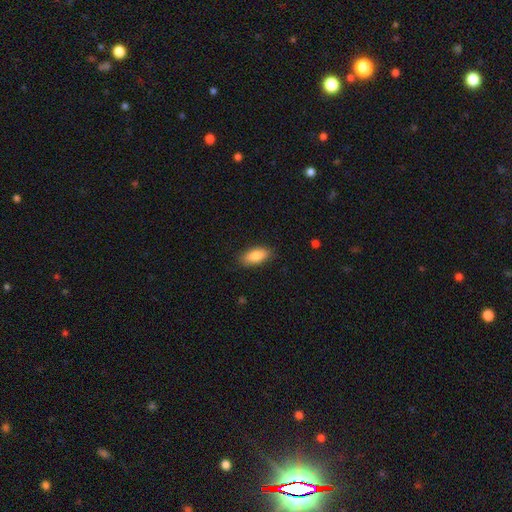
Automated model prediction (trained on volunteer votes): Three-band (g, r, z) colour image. It shows a smooth galaxy with no disk features (85%) that is in between round and cigar-shaped (85%). Merging: none (85%).